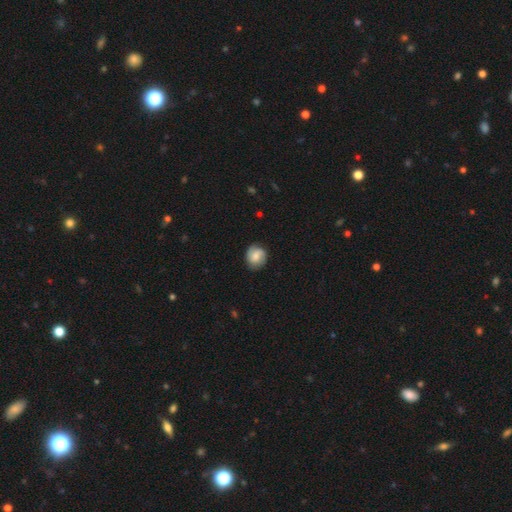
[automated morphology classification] This appears to be a smooth galaxy with no disk features (47%). Merging: none (78%).